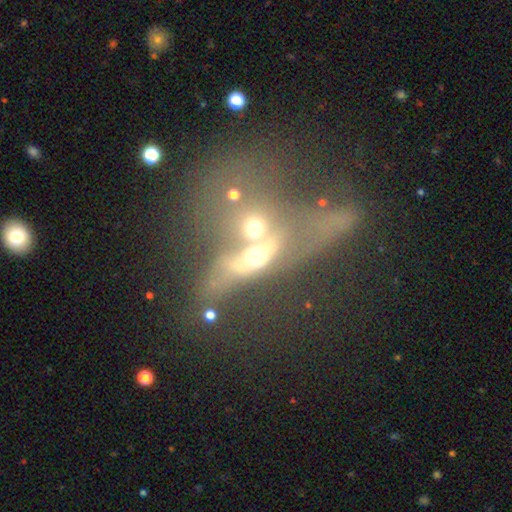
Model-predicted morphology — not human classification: A featured or disk galaxy (51%).

Vote fractions:
- Smooth or featured? featured or disk: 51% / smooth: 31% / star or artifact: 18%
- Edge-on disk? no: 74% / yes: 26%
- Merging? merger: 68% / major disturbance: 18% / none: 9% / minor disturbance: 5%